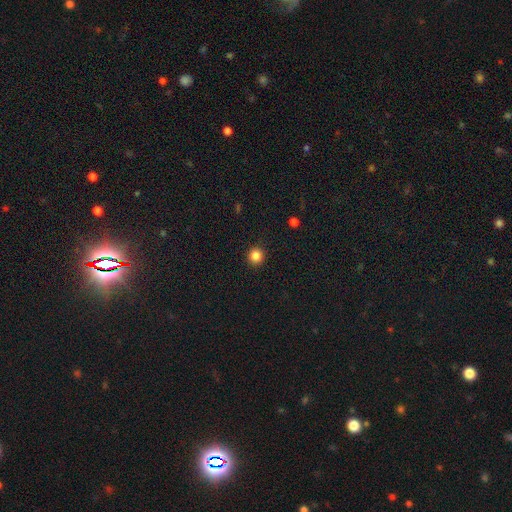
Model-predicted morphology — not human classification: Overall: smooth (84%). How rounded: round (94%). Merging: none (93%).